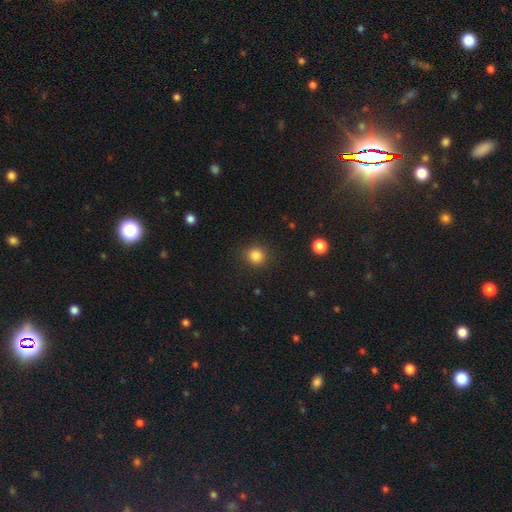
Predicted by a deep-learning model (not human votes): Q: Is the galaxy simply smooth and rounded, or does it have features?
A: smooth — 84%.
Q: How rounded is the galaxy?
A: round — 91%.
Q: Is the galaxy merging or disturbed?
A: none — 89%.